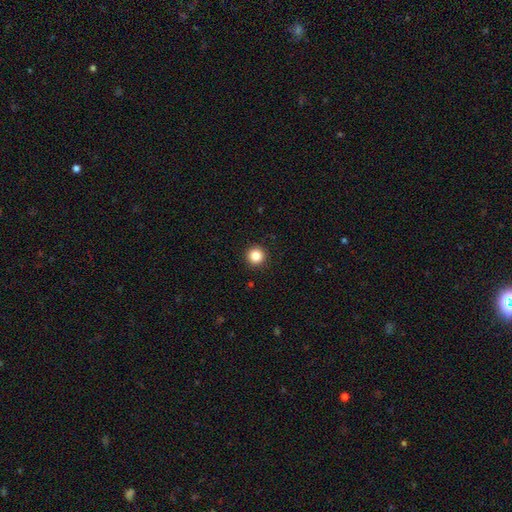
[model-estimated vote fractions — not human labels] Overall: smooth (86%). How rounded: round (96%). Merging: none (93%).